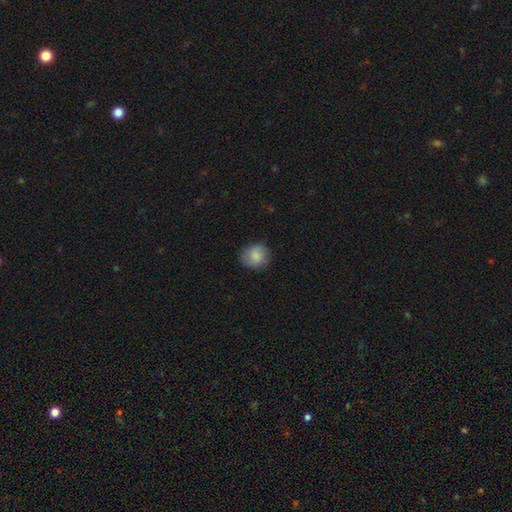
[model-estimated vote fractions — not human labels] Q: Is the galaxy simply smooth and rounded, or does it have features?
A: smooth — 82%.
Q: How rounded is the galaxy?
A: round — 79%.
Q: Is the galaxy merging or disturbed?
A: none — 80%.